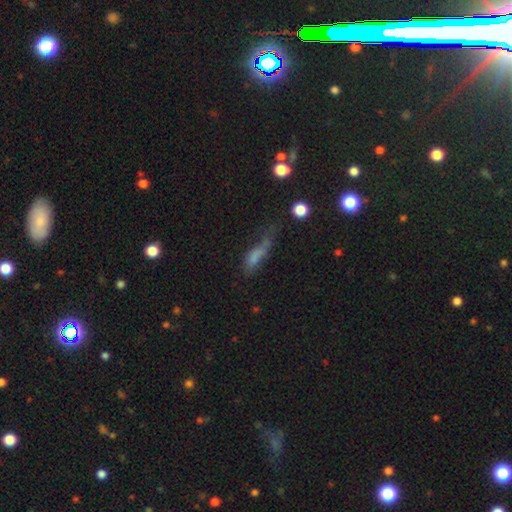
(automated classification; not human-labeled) Smooth or featured: smooth — 62% (featured or disk — 21%)
How rounded: in between — 54% (cigar-shaped — 41%)
Merging: major disturbance — 35% (none — 28%)